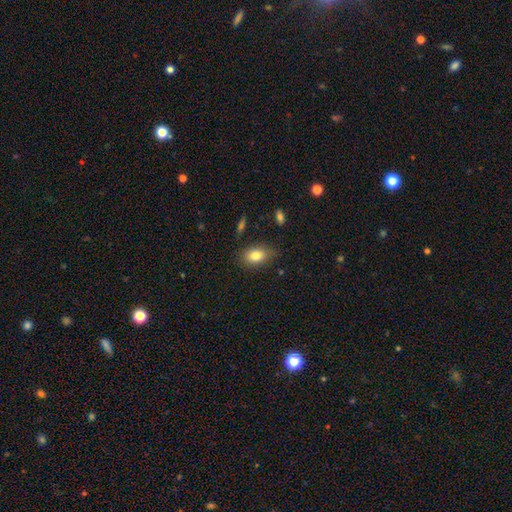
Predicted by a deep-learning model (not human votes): A smooth galaxy with no disk features (83%) that is in between round and cigar-shaped (84%).

Vote fractions:
- Smooth or featured? smooth: 83% / featured or disk: 9% / star or artifact: 8%
- How rounded? in between: 84% / round: 14% / cigar-shaped: 2%
- Merging? none: 79% / minor disturbance: 16% / major disturbance: 3% / merger: 2%